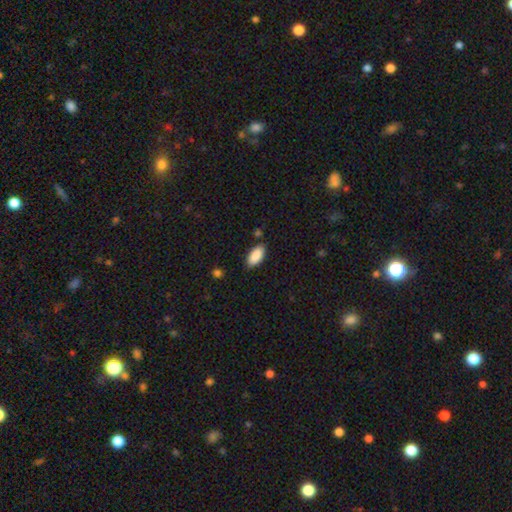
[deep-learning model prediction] This appears to be a smooth galaxy with no disk features (89%) that is in between round and cigar-shaped (91%). Merging: none (84%).